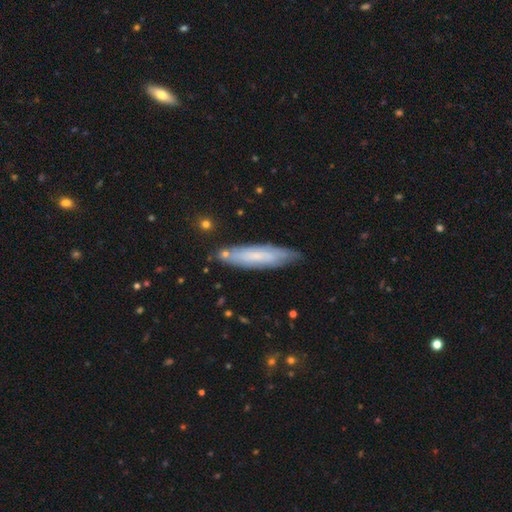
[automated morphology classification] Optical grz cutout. It shows a smooth galaxy with no disk features (54%) that is cigar-shaped (75%). Merging: none (80%).